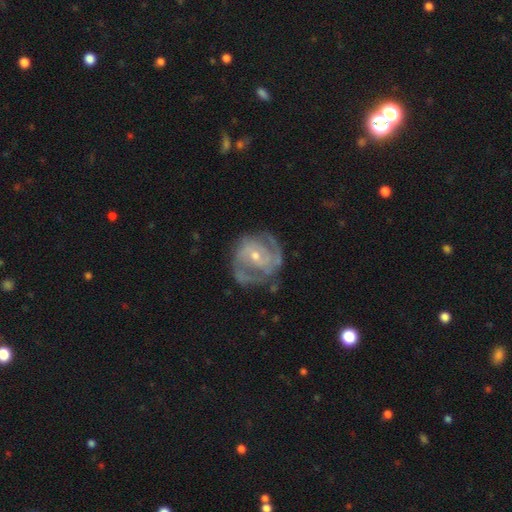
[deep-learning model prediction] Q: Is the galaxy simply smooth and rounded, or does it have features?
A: featured or disk — 85%.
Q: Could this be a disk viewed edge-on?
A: no — 97%.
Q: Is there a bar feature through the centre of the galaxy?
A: no — 46%.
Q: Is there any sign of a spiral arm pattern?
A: yes — 92%.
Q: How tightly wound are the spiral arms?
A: tight — 50%.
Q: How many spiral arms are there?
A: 2 — 57%.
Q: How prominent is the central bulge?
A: small — 56%.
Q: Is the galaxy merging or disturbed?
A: none — 66%.